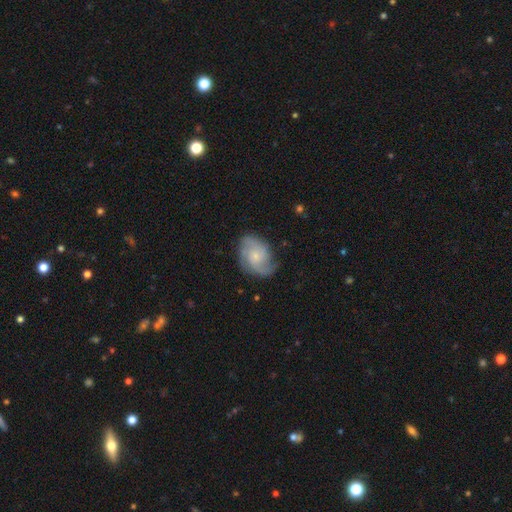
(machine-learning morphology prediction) Overall: featured or disk (73%). Edge-on disk: no (97%). Bar: no (73%). Spiral arms: yes (94%). Spiral arm count: 2 (57%). Spiral winding: medium (46%; tight 32%). Bulge size: small (68%). Merging: none (67%).